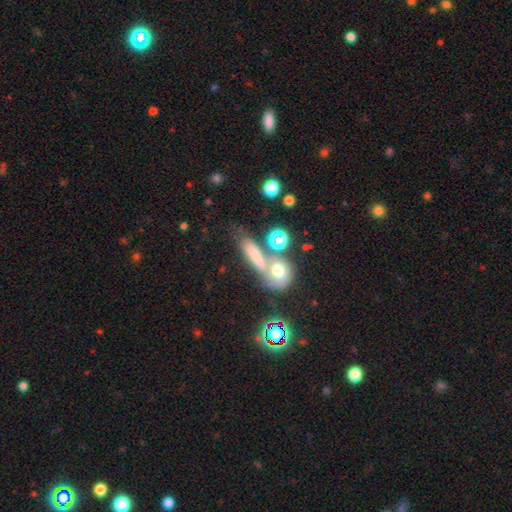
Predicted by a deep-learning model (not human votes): Q: Smooth or featured?
A: smooth (62%); runner-up: featured or disk (21%)
Q: How rounded?
A: in between (39%); runner-up: round (32%)
Q: Merging?
A: merger (42%); runner-up: none (35%)